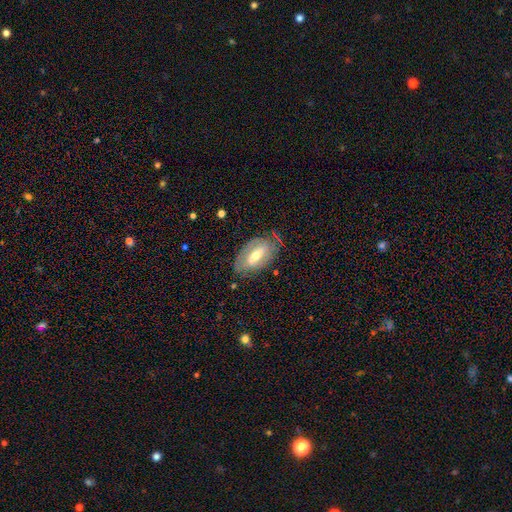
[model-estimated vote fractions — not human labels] Smooth or featured: featured or disk — 65% (smooth — 29%)
Edge-on disk: no — 87% (yes — 13%)
Bar: strong — 48% (weak — 36%)
Spiral arms: yes — 62% (no — 38%)
Bulge size: moderate — 58% (small — 37%)
Merging: none — 73% (minor disturbance — 19%)